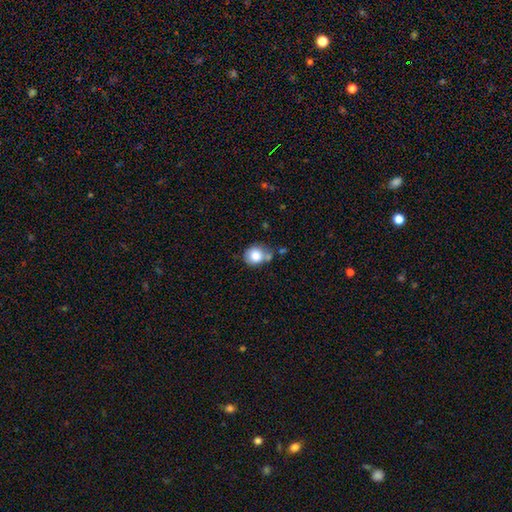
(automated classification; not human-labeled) Smooth or featured?
  - smooth: 82% *
  - featured or disk: 10%
  - star or artifact: 9%
How rounded?
  - round: 76% *
  - in between: 23%
  - cigar-shaped: 1%
Merging?
  - none: 53% *
  - minor disturbance: 22%
  - merger: 18%
  - major disturbance: 7%